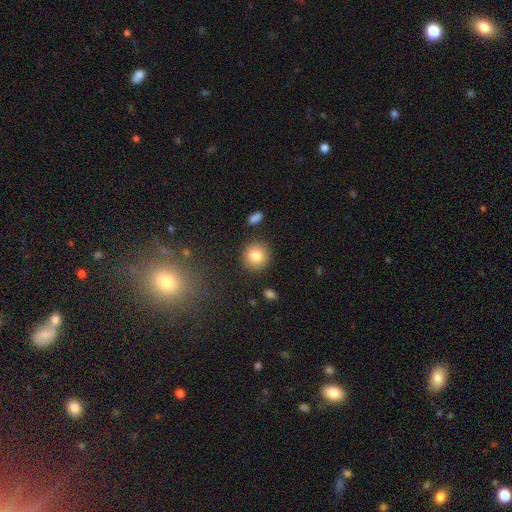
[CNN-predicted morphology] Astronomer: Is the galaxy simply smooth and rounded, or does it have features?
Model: smooth — 83%.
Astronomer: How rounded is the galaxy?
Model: round — 90%.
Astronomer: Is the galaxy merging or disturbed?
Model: none — 88%.